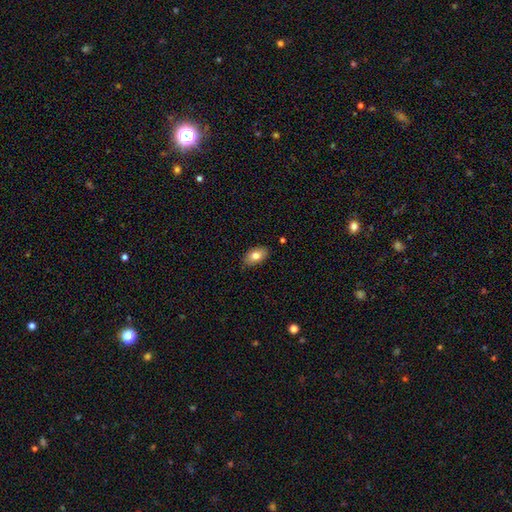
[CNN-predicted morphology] smooth 79%, featured or disk 13%, star or artifact 8%. Down the decision tree: how rounded — in between (91%); merging — none (85%).